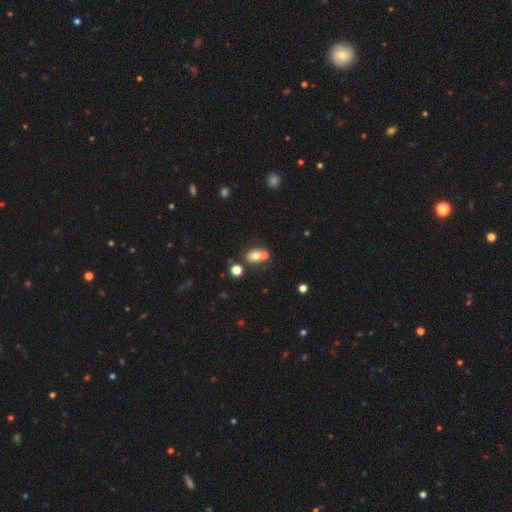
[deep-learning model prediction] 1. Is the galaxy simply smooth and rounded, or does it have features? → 68% smooth, 18% featured or disk, 14% star or artifact.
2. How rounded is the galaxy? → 56% round, 43% in between, 1% cigar-shaped.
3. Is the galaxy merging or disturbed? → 43% none (tied), 43% merger (tied), 10% minor disturbance, 4% major disturbance.